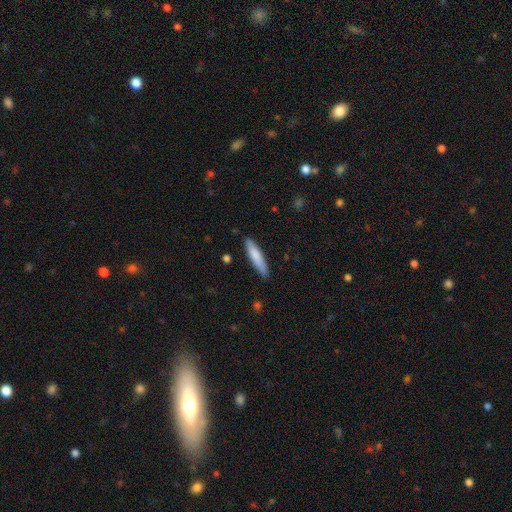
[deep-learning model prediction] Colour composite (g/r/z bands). It shows a smooth galaxy with no disk features (79%) that is cigar-shaped (86%). Merging: none (84%).